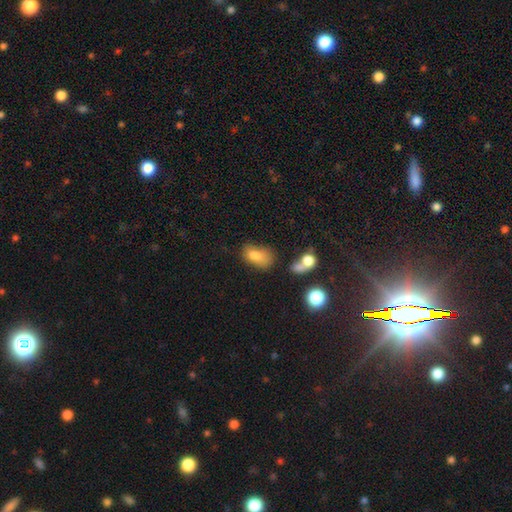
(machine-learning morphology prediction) type=smooth (77%); roundness=in between (84%); merging=none (38%).